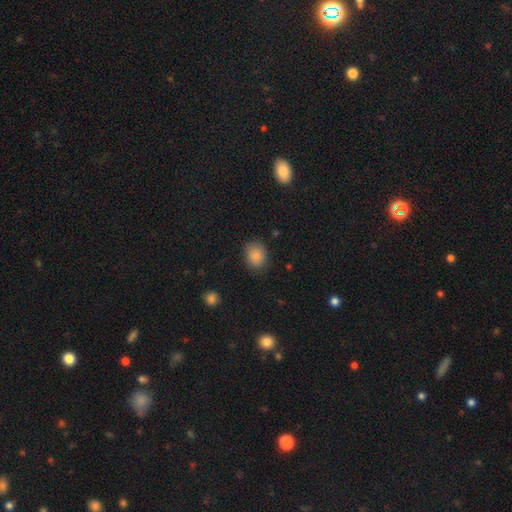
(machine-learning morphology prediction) Smooth or featured? smooth (86%)
How rounded? round (52%)
Merging? none (79%)